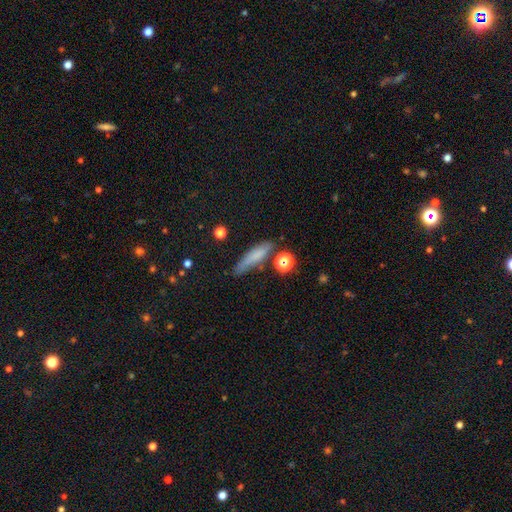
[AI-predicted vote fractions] Overall: smooth (68%). How rounded: cigar-shaped (73%). Merging: none (60%; minor disturbance 25%).